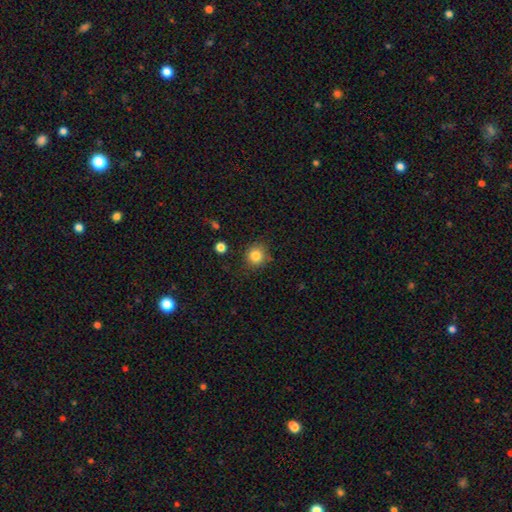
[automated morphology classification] This is clearly a smooth galaxy (83%). How rounded: clearly round (89%). Merging: clearly none (84%).